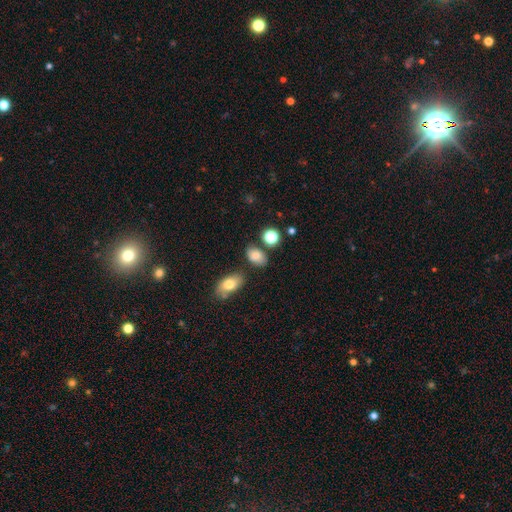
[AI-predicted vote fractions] smooth 80%, star or artifact 12%, featured or disk 8%. Down the decision tree: how rounded — in between (79%); merging — none (71%).